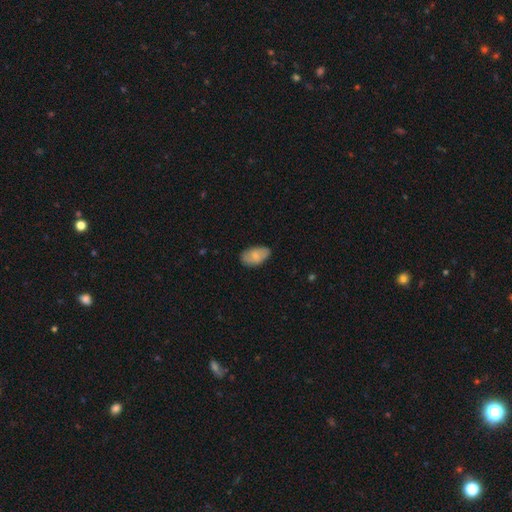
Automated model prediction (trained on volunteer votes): smooth_or_featured: smooth (p=0.76) [alt: featured or disk p=0.17]
how_rounded: in between (p=0.93) [alt: round p=0.06]
merging: none (p=0.72) [alt: minor disturbance p=0.23]